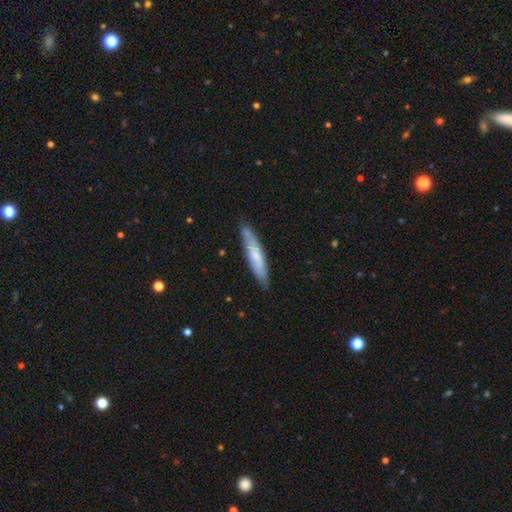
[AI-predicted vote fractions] A smooth galaxy with no disk features (59%) that is cigar-shaped (87%). Merging: none (82%).